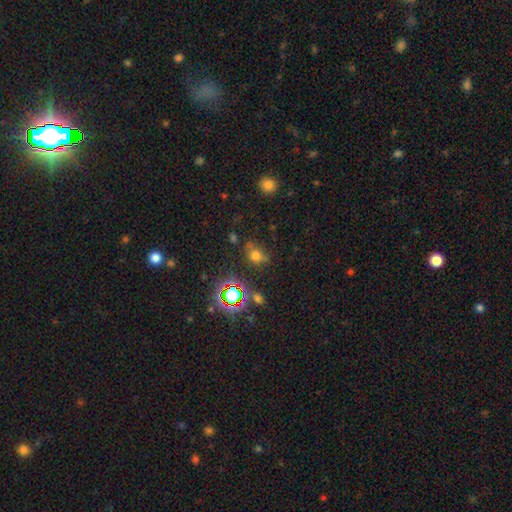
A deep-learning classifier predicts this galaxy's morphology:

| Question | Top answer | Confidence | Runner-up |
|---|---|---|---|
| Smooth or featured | smooth | 56% | star or artifact (32%) |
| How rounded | in between | 51% | round (46%) |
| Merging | none | 62% | minor disturbance (21%) |